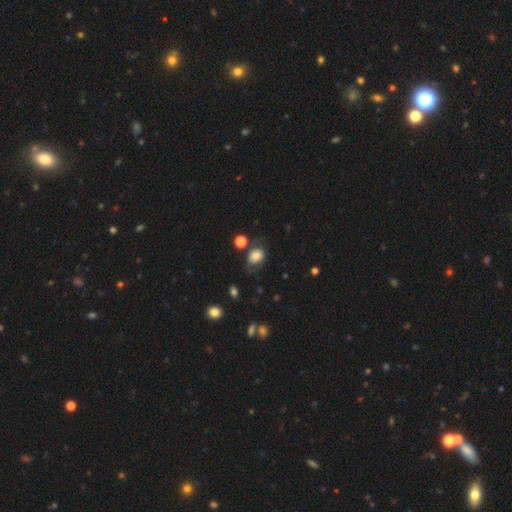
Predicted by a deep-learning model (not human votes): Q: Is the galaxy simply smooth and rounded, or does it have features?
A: smooth — 75%.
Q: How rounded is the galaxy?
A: round — 57%.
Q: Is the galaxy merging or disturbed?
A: none — 61%.